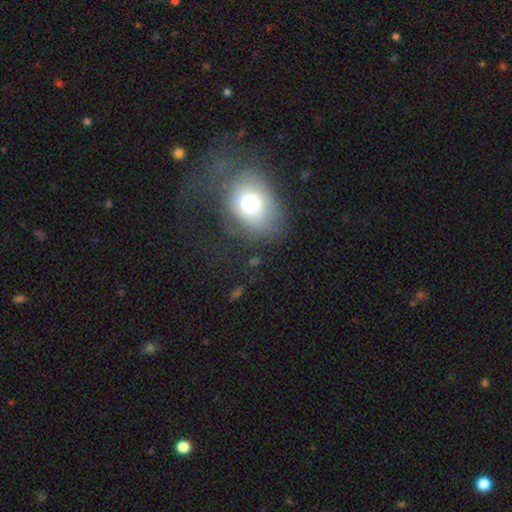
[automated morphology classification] Smooth or featured?
  - smooth: 59% *
  - featured or disk: 24%
  - star or artifact: 17%
How rounded?
  - round: 50% *
  - in between: 49%
  - cigar-shaped: 1%
Merging?
  - none: 44% *
  - major disturbance: 32%
  - minor disturbance: 21%
  - merger: 3%